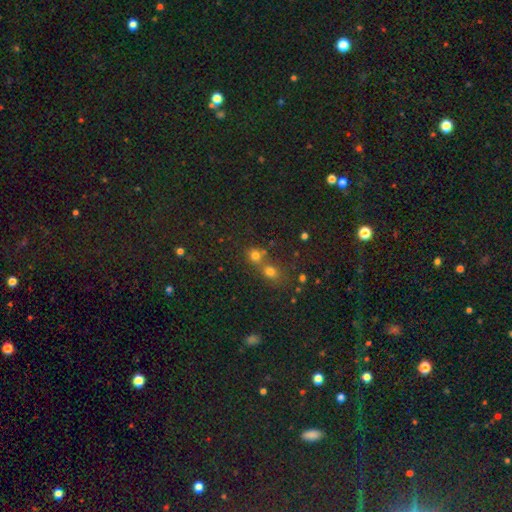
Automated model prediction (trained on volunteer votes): This appears to be a smooth galaxy with no disk features (67%) that is round (80%). Merging: merger (48%).